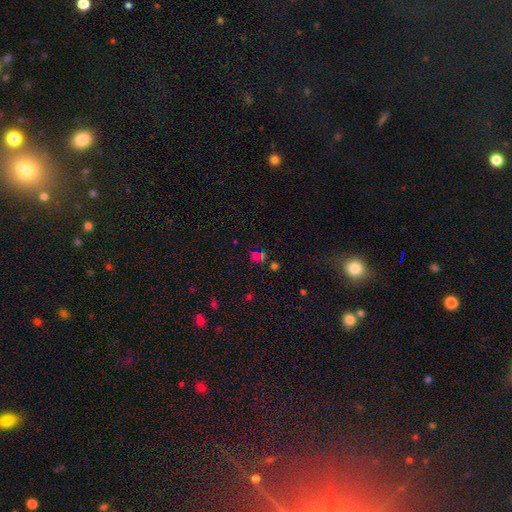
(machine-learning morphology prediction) A smooth galaxy with no disk features (49%).

Vote fractions:
- Smooth or featured? smooth: 49% / star or artifact: 43% / featured or disk: 8%
- Merging? none: 61% / merger: 20% / minor disturbance: 12% / major disturbance: 7%